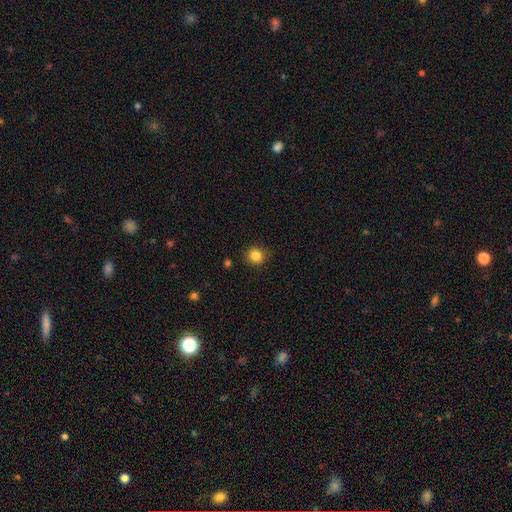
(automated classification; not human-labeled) smooth-or-featured: smooth: 84% | star or artifact: 11% | featured or disk: 5%
  how-rounded: round: 90% | in between: 10% | cigar-shaped: 1%
  merging: none: 88% | minor disturbance: 9% | major disturbance: 2% | merger: 2%